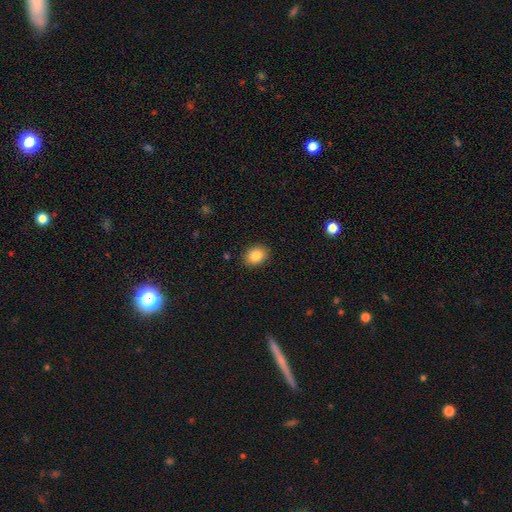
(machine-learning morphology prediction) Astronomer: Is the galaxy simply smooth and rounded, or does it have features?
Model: smooth — 85%.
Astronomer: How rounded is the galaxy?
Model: in between — 69%.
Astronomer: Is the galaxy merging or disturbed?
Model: none — 89%.